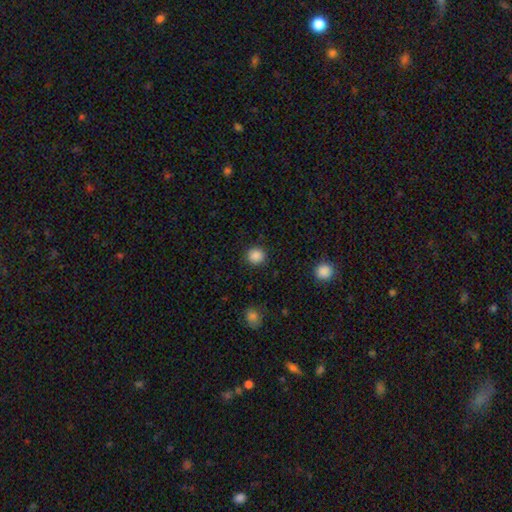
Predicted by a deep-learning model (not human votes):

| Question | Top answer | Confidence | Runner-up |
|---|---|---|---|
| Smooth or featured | smooth | 87% | star or artifact (10%) |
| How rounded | round | 90% | in between (9%) |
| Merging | none | 90% | minor disturbance (6%) |